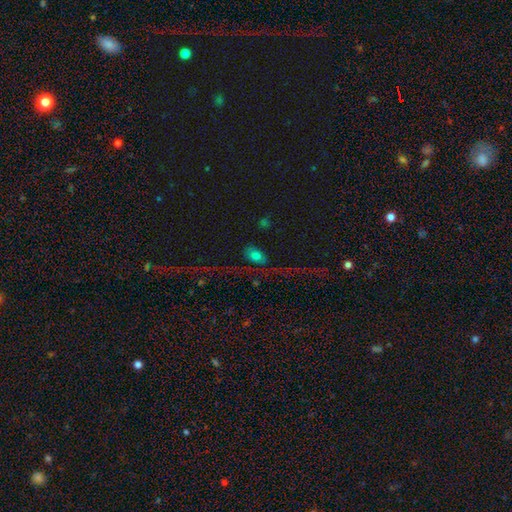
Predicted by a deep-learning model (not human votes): A smooth galaxy with no disk features (64%) that is in between round and cigar-shaped (81%).

Vote fractions:
- Smooth or featured? smooth: 64% / star or artifact: 23% / featured or disk: 12%
- How rounded? in between: 81% / round: 15% / cigar-shaped: 3%
- Merging? none: 63% / minor disturbance: 18% / major disturbance: 13% / merger: 6%